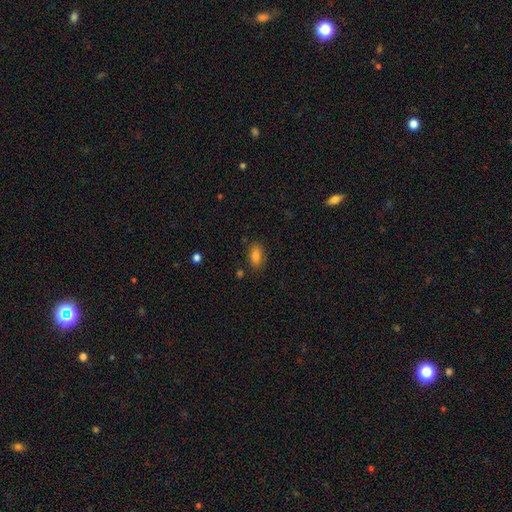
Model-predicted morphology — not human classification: Q: Smooth or featured?
A: smooth (82%); runner-up: star or artifact (9%)
Q: How rounded?
A: in between (89%); runner-up: round (7%)
Q: Merging?
A: none (83%); runner-up: minor disturbance (12%)